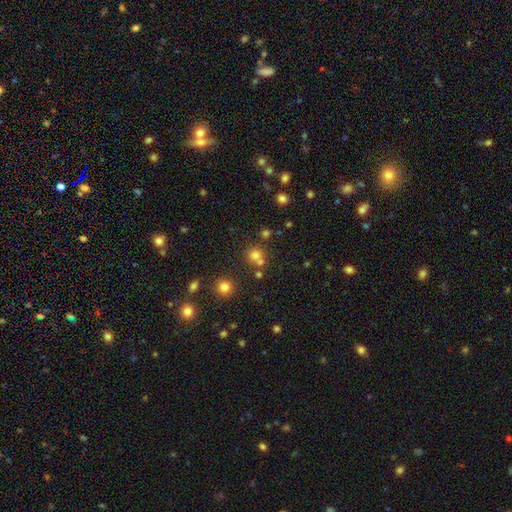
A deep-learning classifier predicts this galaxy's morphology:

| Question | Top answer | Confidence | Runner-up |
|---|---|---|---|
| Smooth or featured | smooth | 70% | star or artifact (21%) |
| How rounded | round | 88% | in between (11%) |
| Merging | none | 61% | merger (28%) |